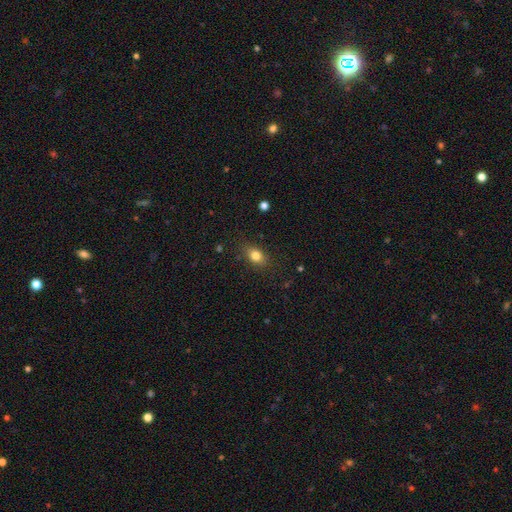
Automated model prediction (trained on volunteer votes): smooth 81%, star or artifact 10%, featured or disk 9%. Down the decision tree: how rounded — in between (71%); merging — none (83%).